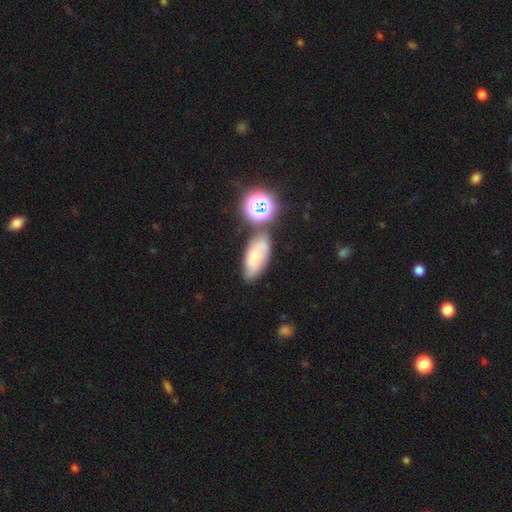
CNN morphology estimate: Overall: smooth (52%; featured or disk 30%). How rounded: in between (84%). Merging: none (58%; minor disturbance 20%).